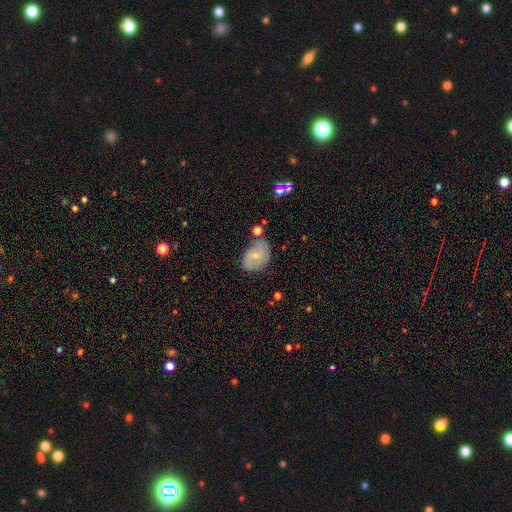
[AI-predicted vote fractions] Morphology: type=smooth (57%); roundness=in between (79%); merging=none (61%).